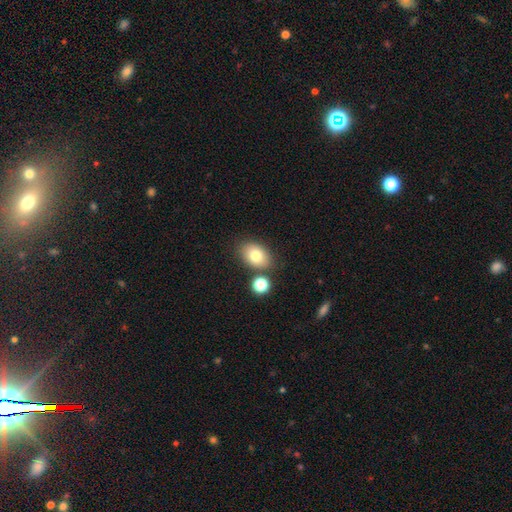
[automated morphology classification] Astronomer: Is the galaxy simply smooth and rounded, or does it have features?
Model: smooth — 79%.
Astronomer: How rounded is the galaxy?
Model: in between — 79%.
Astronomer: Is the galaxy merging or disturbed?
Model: none — 77%.